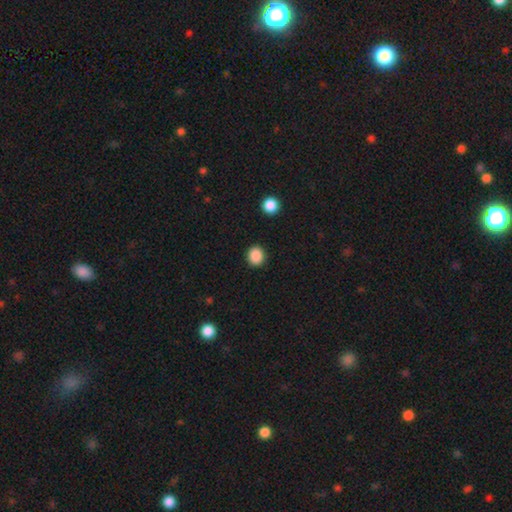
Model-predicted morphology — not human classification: This is clearly a smooth galaxy (88%). How rounded: likely round (80%). Merging: clearly none (90%).